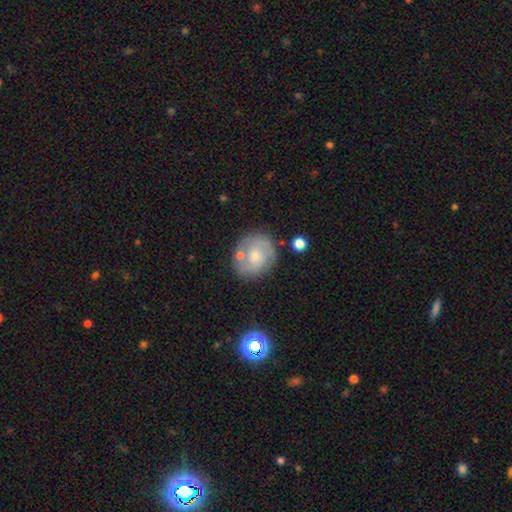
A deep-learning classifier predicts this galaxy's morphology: Overall: smooth (47%; featured or disk 45%). Merging: none (70%).